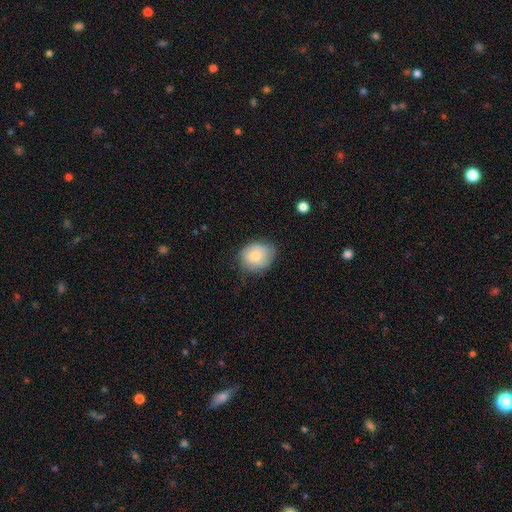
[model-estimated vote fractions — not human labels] Morphology: type=smooth (71%); roundness=round (54%); merging=none (65%).